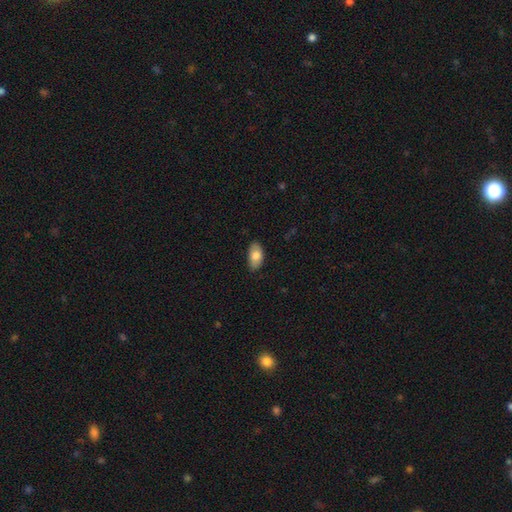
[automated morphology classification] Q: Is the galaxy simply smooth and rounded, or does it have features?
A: smooth — 76%.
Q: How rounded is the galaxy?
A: in between — 94%.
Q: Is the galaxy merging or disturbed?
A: none — 82%.